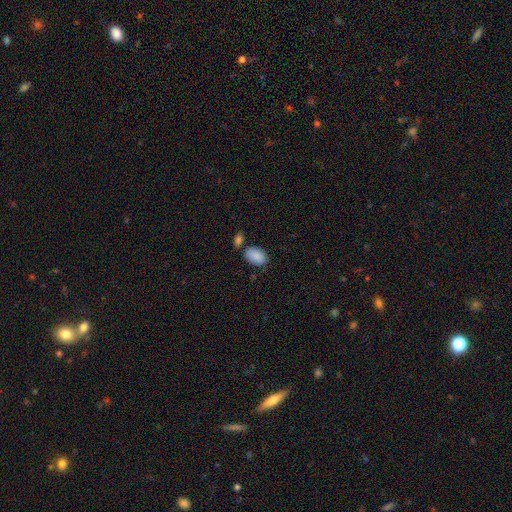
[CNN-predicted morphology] type=smooth (89%); roundness=in between (91%); merging=none (70%).